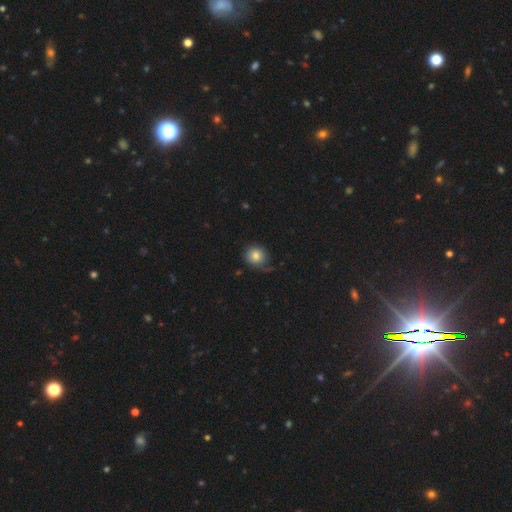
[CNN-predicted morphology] Smooth or featured? smooth (78%)
How rounded? round (83%)
Merging? none (62%)